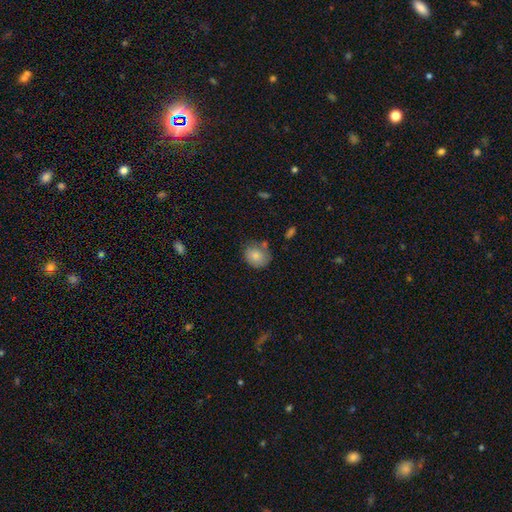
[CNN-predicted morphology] This is clearly a smooth galaxy (82%). How rounded: likely round (60%). Merging: likely none (61%).